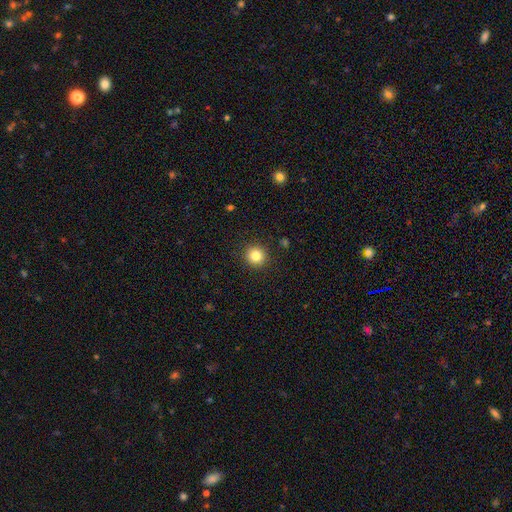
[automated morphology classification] type=smooth (83%); roundness=round (95%); merging=none (92%).